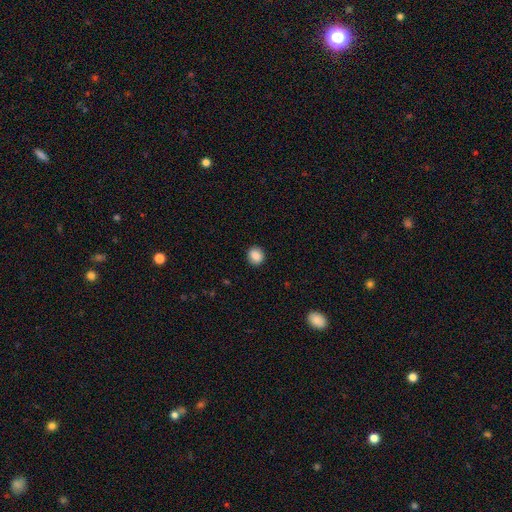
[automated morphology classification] Smooth or featured? smooth (89%)
How rounded? round (73%)
Merging? none (91%)